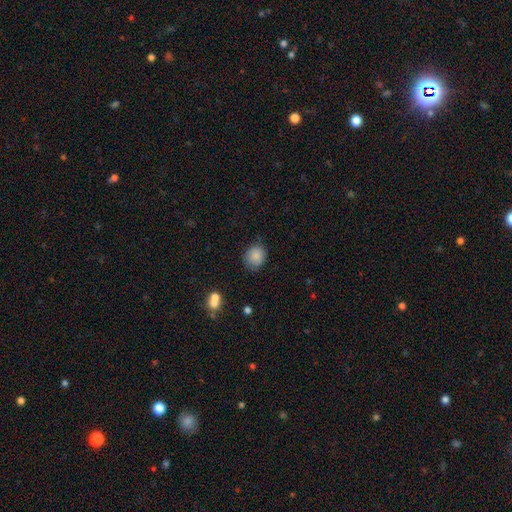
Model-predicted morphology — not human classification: Smooth or featured? Predicted: smooth (p=0.86). How rounded? Predicted: round (p=0.77). Merging? Predicted: none (p=0.77).